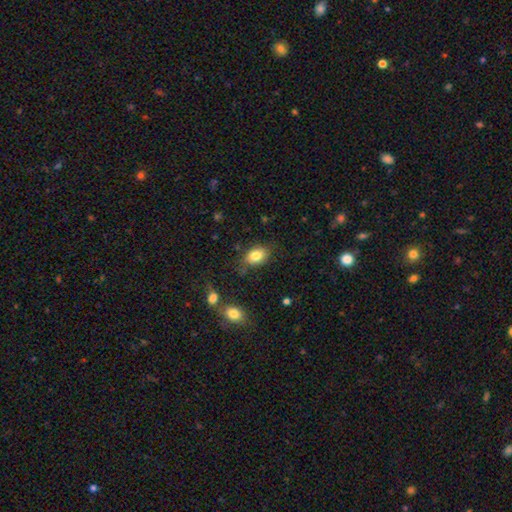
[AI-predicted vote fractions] smooth 82%, featured or disk 9%, star or artifact 9%. Down the decision tree: how rounded — in between (80%); merging — none (77%).